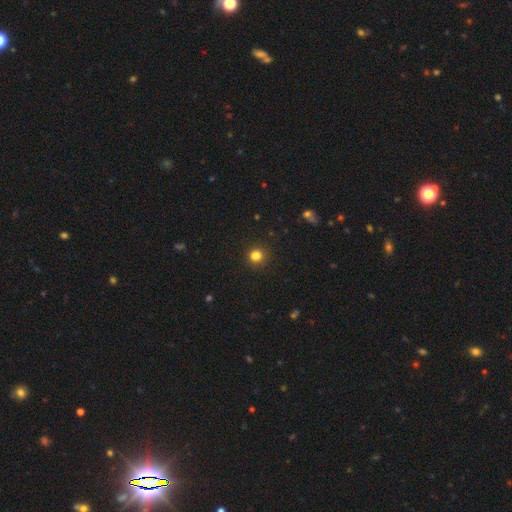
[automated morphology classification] smooth 82%, star or artifact 14%, featured or disk 4%. Down the decision tree: how rounded — round (88%); merging — none (90%).